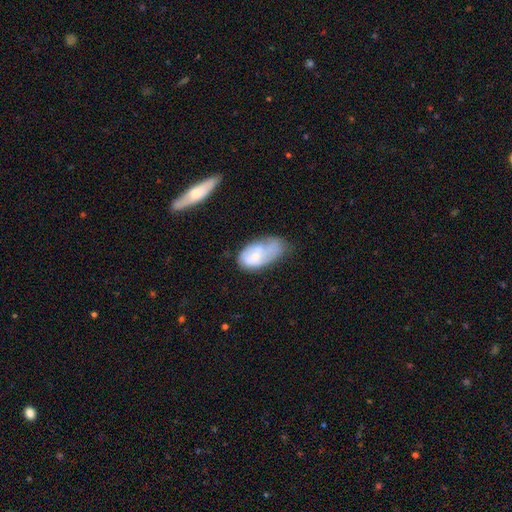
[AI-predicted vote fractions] Smooth or featured? Predicted: smooth (p=0.55). How rounded? Predicted: in between (p=0.92). Merging? Predicted: minor disturbance (p=0.34).